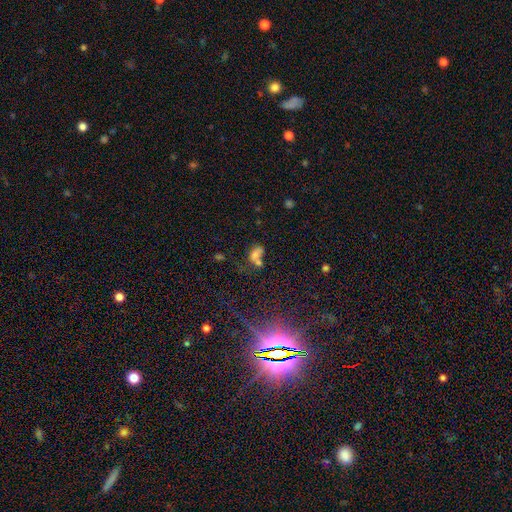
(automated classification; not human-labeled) This is likely a smooth galaxy (63%). How rounded: likely in between (76%). Merging: possibly merger (52%).